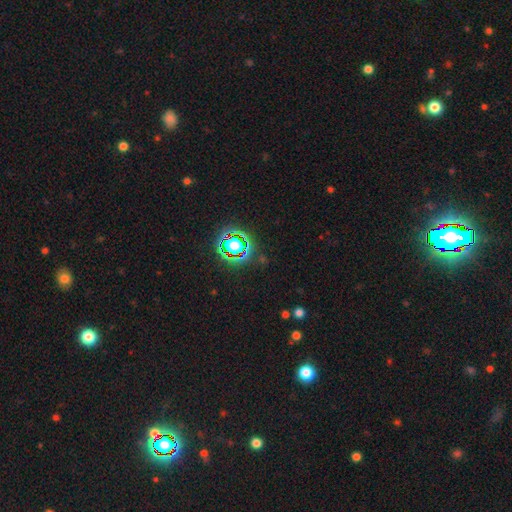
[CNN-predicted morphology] This is likely a star or artifact rather than a galaxy (80%).